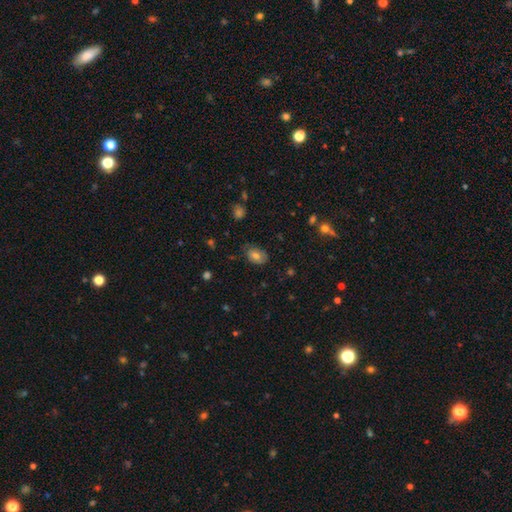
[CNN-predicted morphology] Smooth or featured: smooth — 73% (featured or disk — 18%)
How rounded: in between — 82% (round — 17%)
Merging: none — 68% (minor disturbance — 25%)